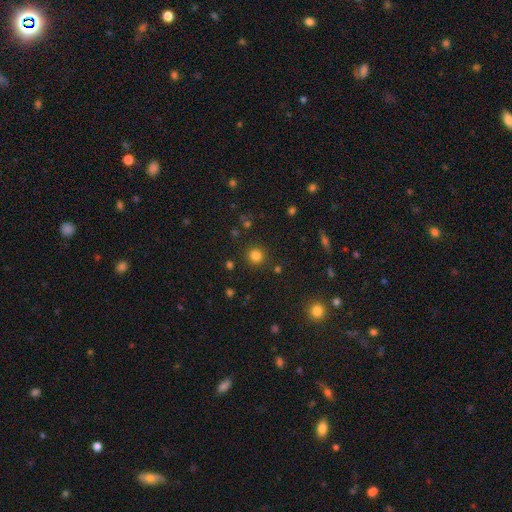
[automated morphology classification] This appears to be a smooth galaxy with no disk features (81%) that is round (93%). Merging: none (89%).